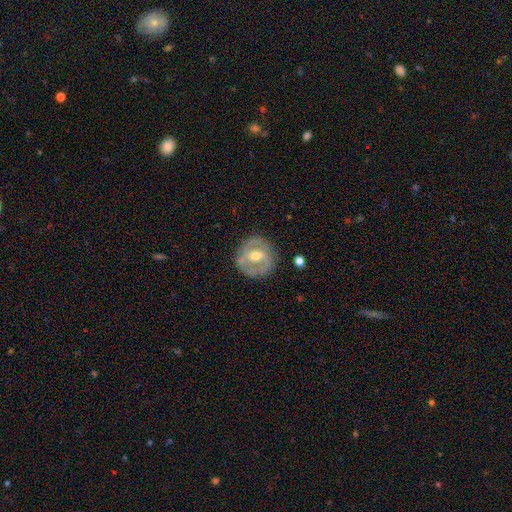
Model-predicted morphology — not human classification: A featured or disk galaxy (74%) with a weak bar (46%), 2 (75%) medium (43%) spiral arms (71%) and a moderate central bulge (66%). Merging: none (79%).